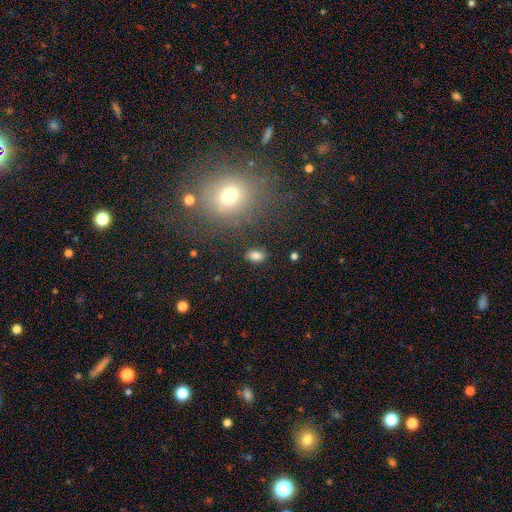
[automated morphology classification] A smooth galaxy with no disk features (81%) that is in between round and cigar-shaped (84%).

Vote fractions:
- Smooth or featured? smooth: 81% / star or artifact: 12% / featured or disk: 8%
- How rounded? in between: 84% / round: 14% / cigar-shaped: 2%
- Merging? none: 85% / minor disturbance: 10% / major disturbance: 3% / merger: 2%